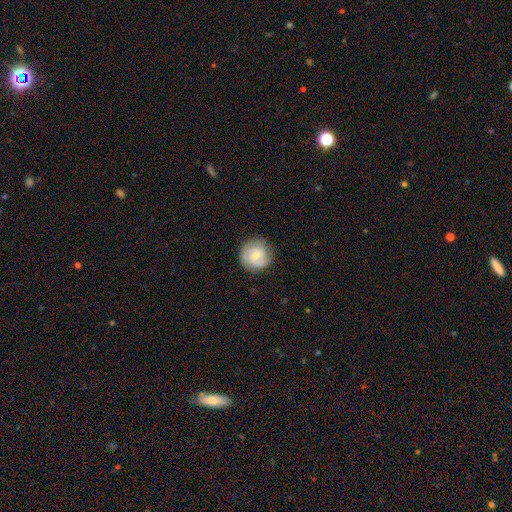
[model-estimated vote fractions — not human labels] Overall: smooth (53%; featured or disk 40%). How rounded: round (92%). Merging: none (81%).